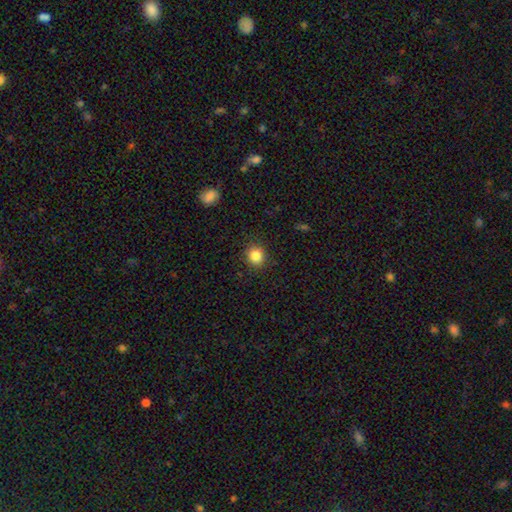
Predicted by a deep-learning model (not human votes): Morphology: type=smooth (84%); roundness=round (86%); merging=none (90%).